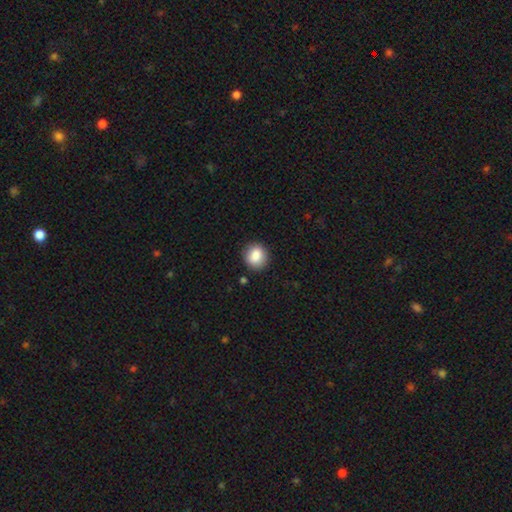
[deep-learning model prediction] Morphology: type=smooth (86%); roundness=round (80%); merging=none (86%).